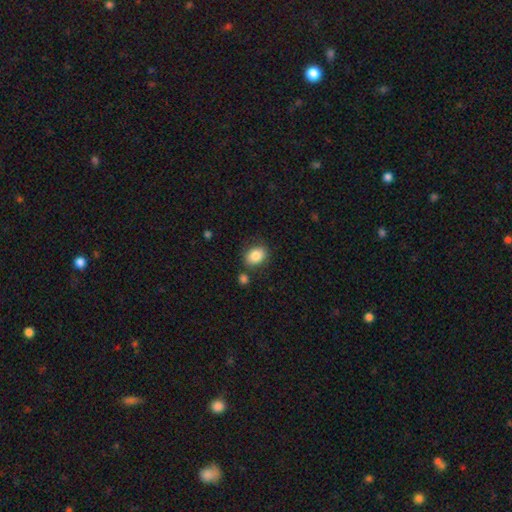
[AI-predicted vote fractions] smooth 85%, star or artifact 8%, featured or disk 7%. Down the decision tree: how rounded — in between (73%); merging — none (76%).